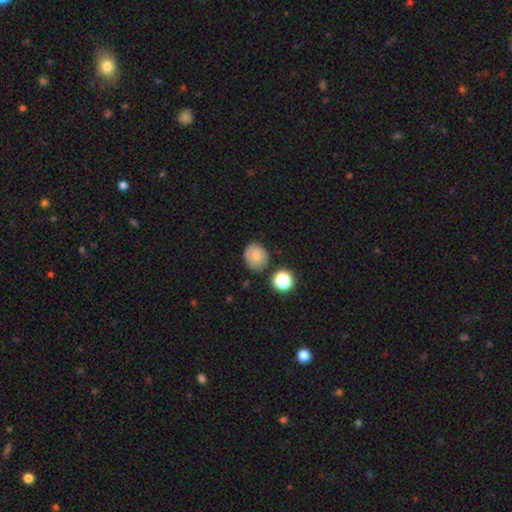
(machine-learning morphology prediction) This is likely a smooth galaxy (71%). How rounded: likely round (78%). Merging: likely none (74%).